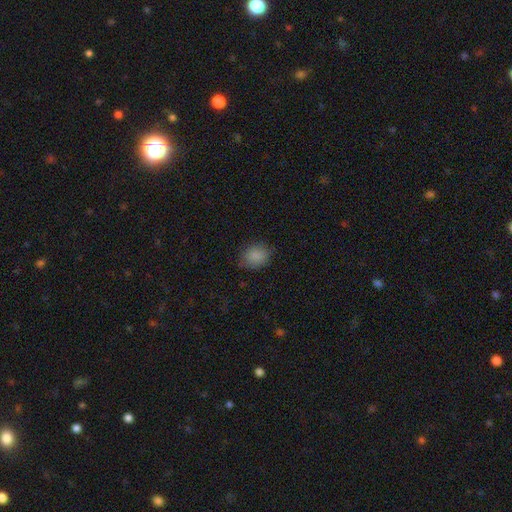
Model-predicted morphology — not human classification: This appears to be a smooth galaxy with no disk features (86%) that is round (54%). Merging: none (79%).